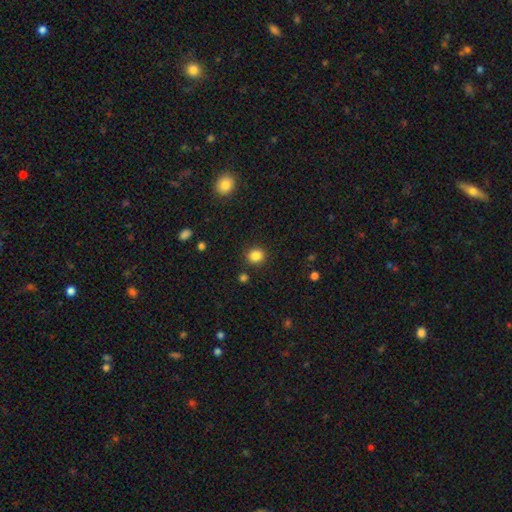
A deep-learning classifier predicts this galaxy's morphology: Q: Smooth or featured?
A: smooth (86%); runner-up: star or artifact (11%)
Q: How rounded?
A: round (83%); runner-up: in between (16%)
Q: Merging?
A: none (88%); runner-up: minor disturbance (7%)